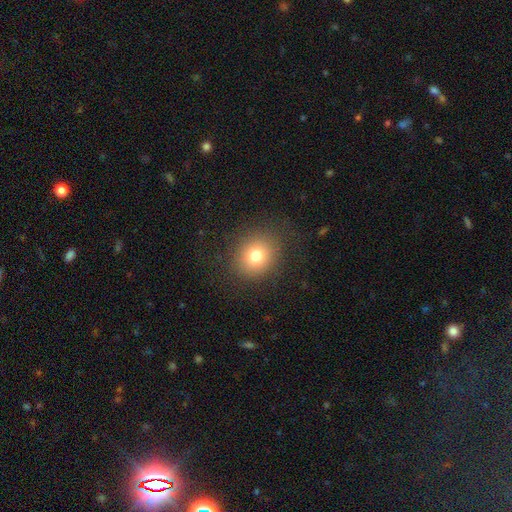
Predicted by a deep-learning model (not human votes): Overall: smooth (77%). How rounded: round (74%). Merging: none (85%).